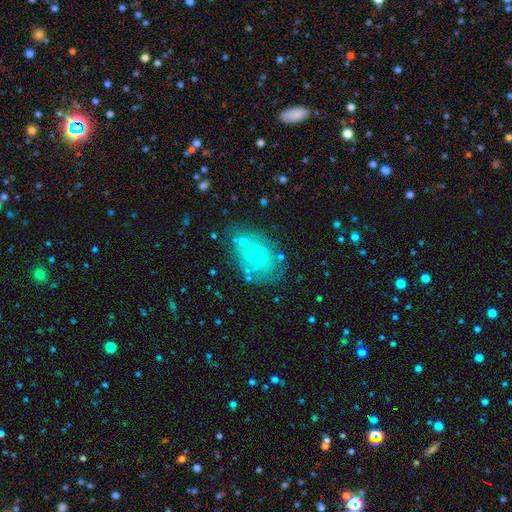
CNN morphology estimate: featured or disk 59%, smooth 30%, star or artifact 11%. Down the decision tree: edge-on disk — no (96%); bar — no (88%); spiral arms — yes (60%); bulge size — small (81%); merging — none (60%).